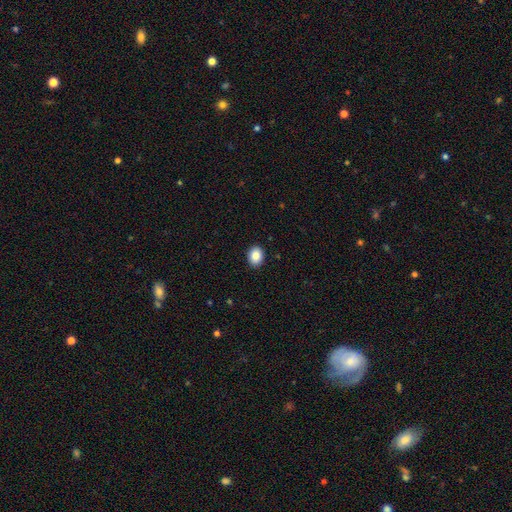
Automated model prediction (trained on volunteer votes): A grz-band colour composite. It shows a smooth galaxy with no disk features (87%) that is in between round and cigar-shaped (63%). Merging: none (91%).